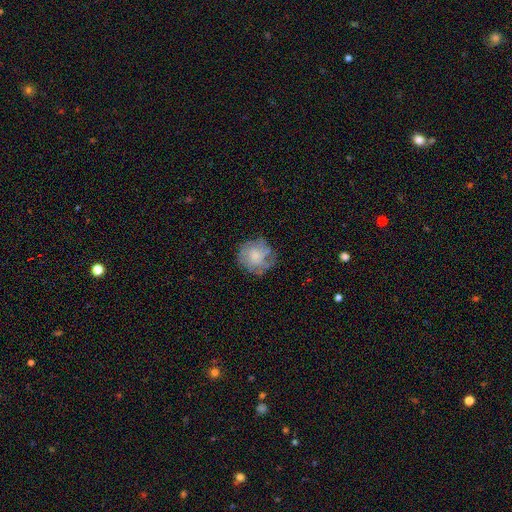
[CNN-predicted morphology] This appears to be a smooth galaxy with no disk features (52%) that is round (87%). Merging: none (66%).